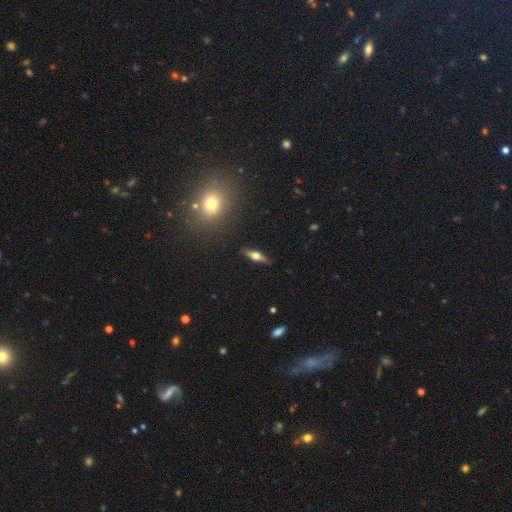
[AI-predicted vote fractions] smooth-or-featured: featured or disk: 55% | smooth: 38% | star or artifact: 8%
  disk-edge-on: yes: 93% | no: 7%
    edge-on-bulge: rounded: 92% | boxy: 6% | none: 2%
  merging: none: 88% | minor disturbance: 9% | major disturbance: 2% | merger: 1%